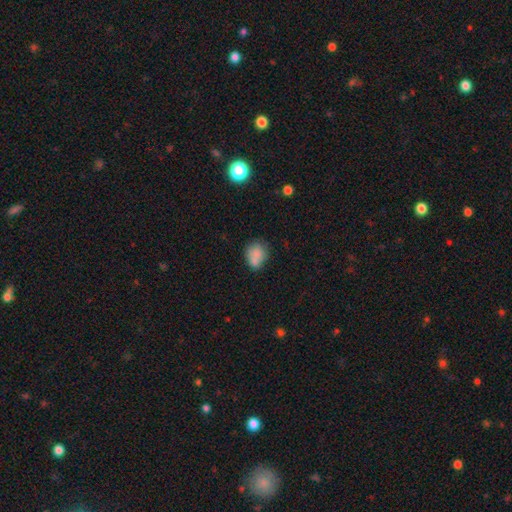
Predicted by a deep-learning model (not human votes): smooth 78%, featured or disk 13%, star or artifact 9%. Down the decision tree: how rounded — round (49%, tied with in between); merging — none (46%).